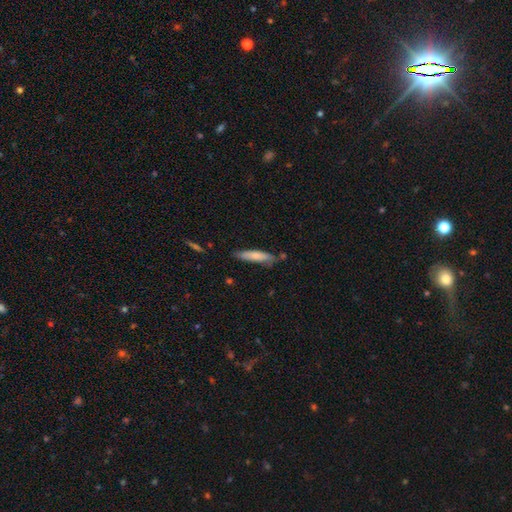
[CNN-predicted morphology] Smooth or featured? smooth (76%)
How rounded? cigar-shaped (79%)
Merging? none (72%)